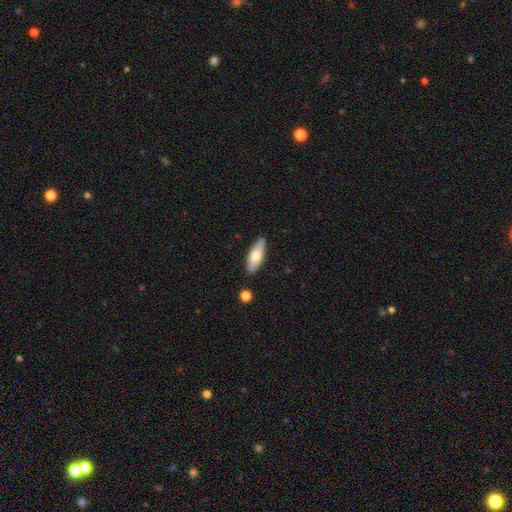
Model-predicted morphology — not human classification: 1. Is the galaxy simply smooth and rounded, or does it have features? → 67% smooth, 27% featured or disk, 6% star or artifact.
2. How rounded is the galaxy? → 70% in between, 28% cigar-shaped, 2% round.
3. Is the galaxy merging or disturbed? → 86% none, 10% minor disturbance, 2% merger, 2% major disturbance.